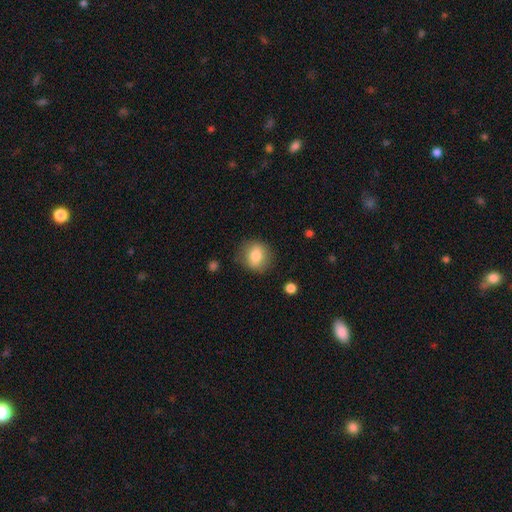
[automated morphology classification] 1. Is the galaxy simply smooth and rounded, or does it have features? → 78% smooth, 14% featured or disk, 8% star or artifact.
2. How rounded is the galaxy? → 74% round, 25% in between, 1% cigar-shaped.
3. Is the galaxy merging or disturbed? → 82% none, 12% minor disturbance, 4% major disturbance, 1% merger.